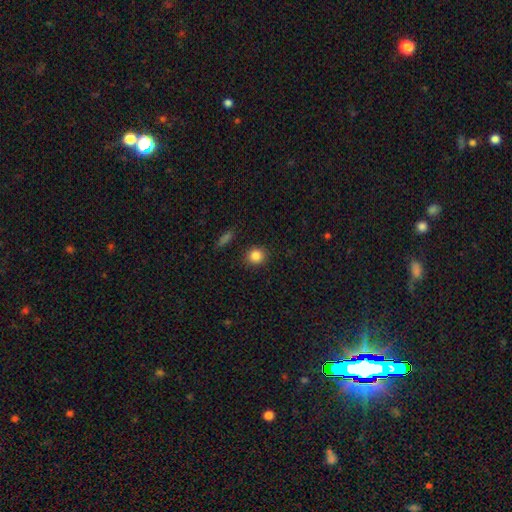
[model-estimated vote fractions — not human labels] Morphology: type=smooth (84%); roundness=round (84%); merging=none (90%).